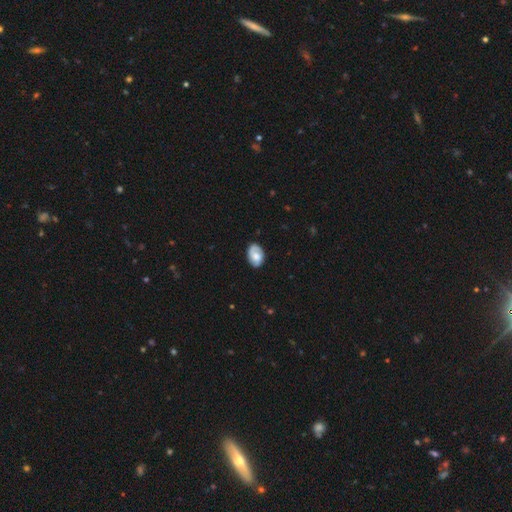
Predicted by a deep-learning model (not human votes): Smooth or featured: smooth — 48% (featured or disk — 45%)
Merging: none — 76% (minor disturbance — 18%)